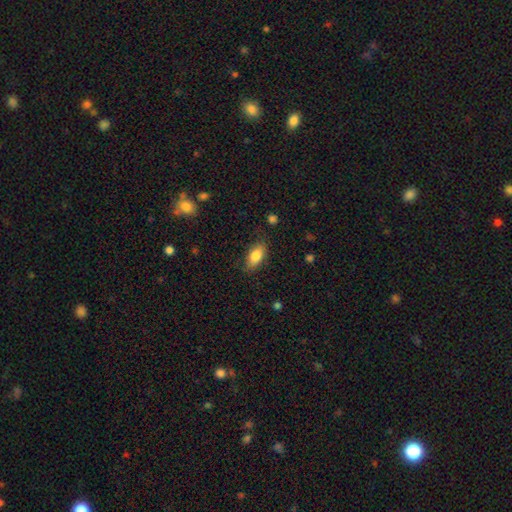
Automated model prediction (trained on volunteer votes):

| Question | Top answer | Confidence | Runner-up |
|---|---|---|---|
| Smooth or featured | smooth | 83% | featured or disk (10%) |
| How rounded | in between | 88% | cigar-shaped (8%) |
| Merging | none | 82% | minor disturbance (14%) |